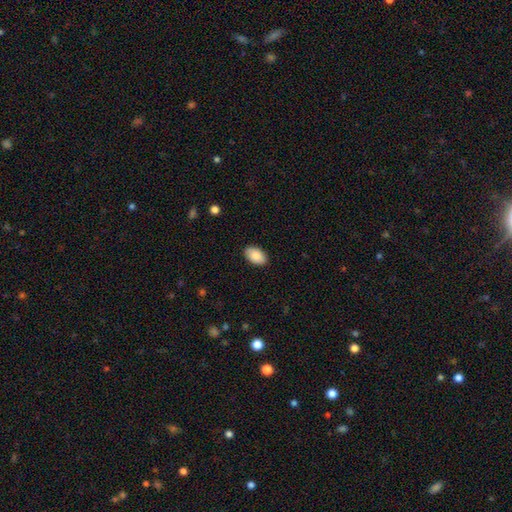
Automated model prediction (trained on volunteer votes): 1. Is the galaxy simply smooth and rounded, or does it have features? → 88% smooth, 6% star or artifact, 5% featured or disk.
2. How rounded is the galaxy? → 94% in between, 4% round, 1% cigar-shaped.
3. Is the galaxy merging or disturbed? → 89% none, 8% minor disturbance, 2% major disturbance, 1% merger.